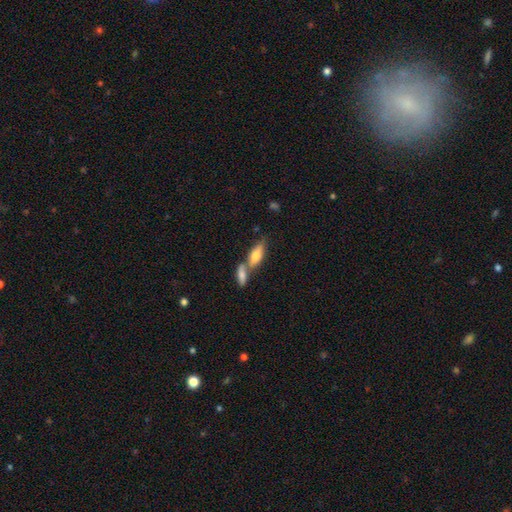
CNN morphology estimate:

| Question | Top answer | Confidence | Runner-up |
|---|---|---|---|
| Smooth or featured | smooth | 63% | featured or disk (30%) |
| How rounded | in between | 65% | cigar-shaped (32%) |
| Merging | merger | 48% | none (39%) |